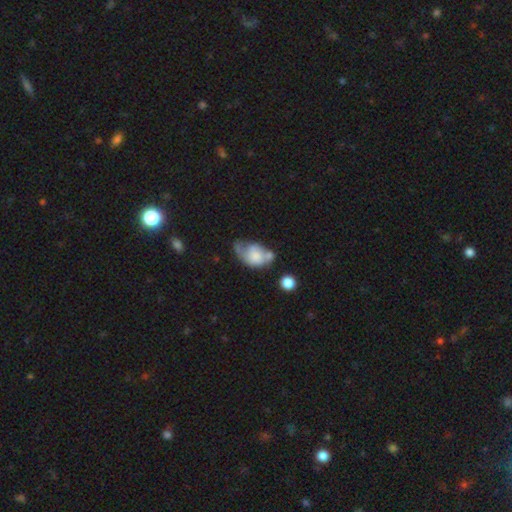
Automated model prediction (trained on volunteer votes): This is possibly a smooth galaxy (51%). How rounded: clearly in between (82%). Merging: marginally minor disturbance (28%).